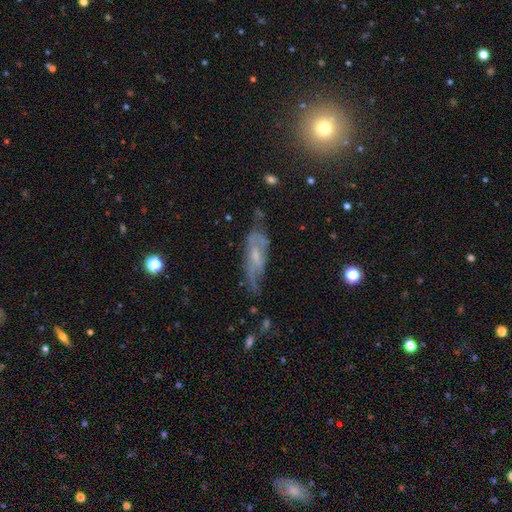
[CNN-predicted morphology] This is likely a featured or disk galaxy (61%). It is likely not viewed edge-on (75%). Merging: possibly none (53%).